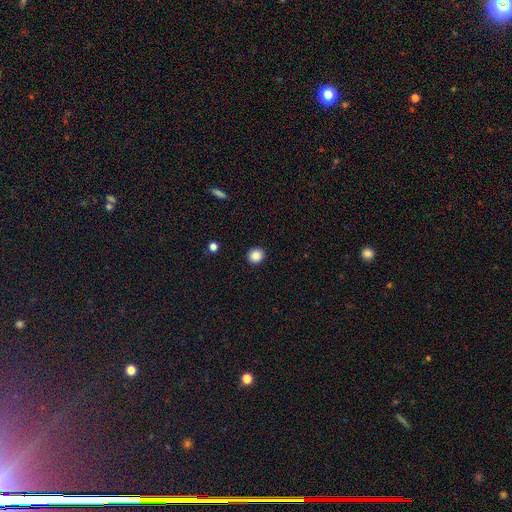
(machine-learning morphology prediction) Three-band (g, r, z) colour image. It shows a smooth galaxy with no disk features (87%) that is round (85%). Merging: none (92%).